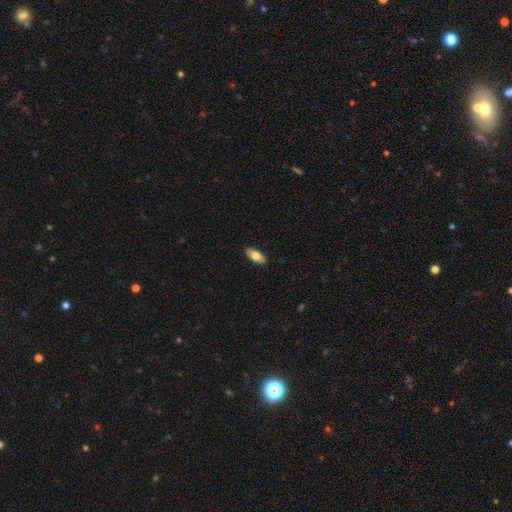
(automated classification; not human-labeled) This appears to be a smooth galaxy with no disk features (74%) that is in between round and cigar-shaped (83%). Merging: none (90%).